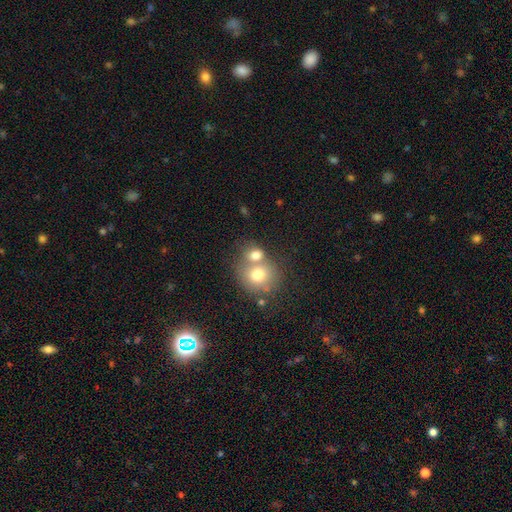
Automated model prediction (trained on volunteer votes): The model was most divided on "merging": merger: 55%, none: 33%, minor disturbance: 8%, major disturbance: 4%. More confident: smooth or featured — smooth (73%); how rounded — round (68%).